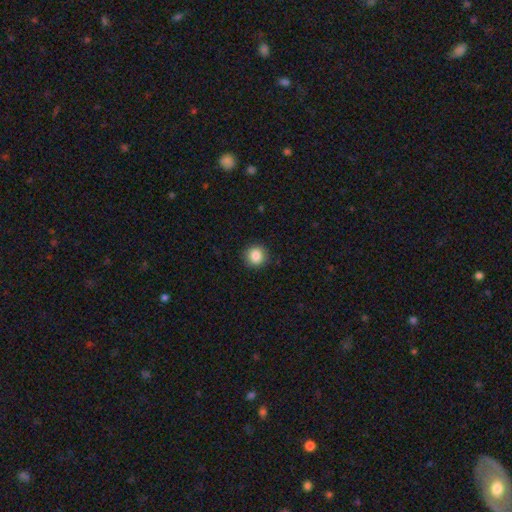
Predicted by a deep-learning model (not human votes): Smooth or featured? Predicted: smooth (p=0.86). How rounded? Predicted: round (p=0.91). Merging? Predicted: none (p=0.89).